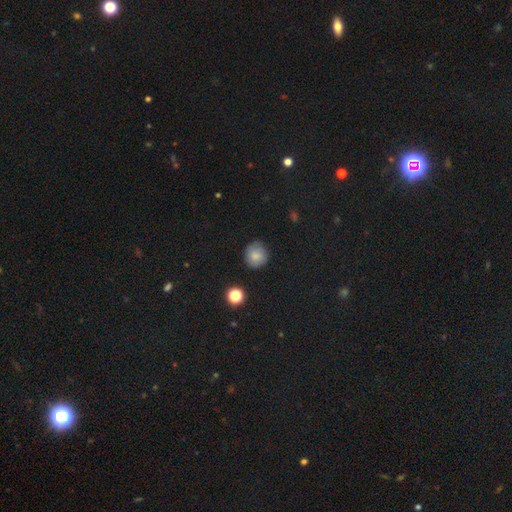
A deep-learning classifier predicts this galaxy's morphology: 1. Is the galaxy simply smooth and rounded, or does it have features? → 78% smooth, 12% featured or disk, 11% star or artifact.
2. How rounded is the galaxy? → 88% round, 11% in between, 1% cigar-shaped.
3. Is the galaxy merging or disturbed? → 78% none, 17% minor disturbance, 4% major disturbance, 2% merger.